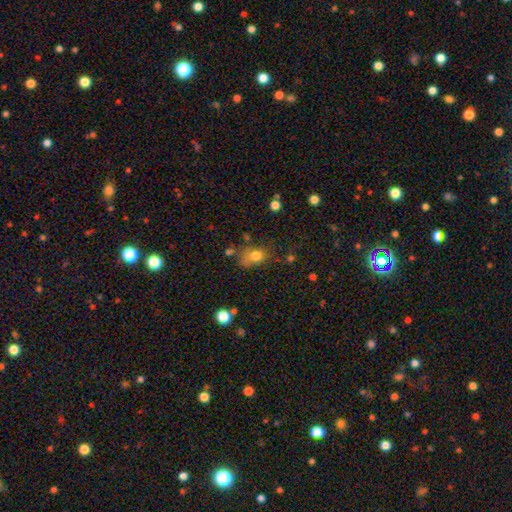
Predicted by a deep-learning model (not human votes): A smooth galaxy with no disk features (77%) that is in between round and cigar-shaped (58%). Merging: none (46%).